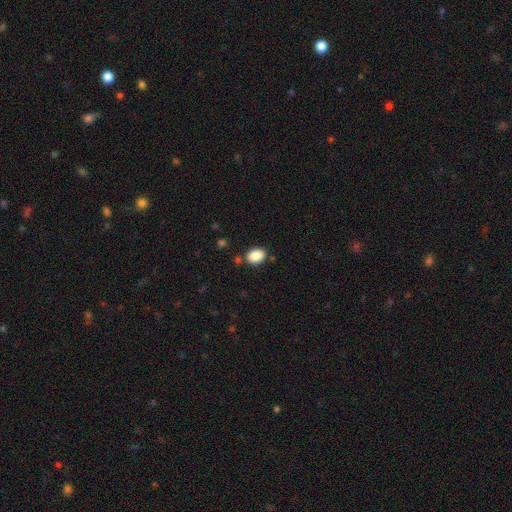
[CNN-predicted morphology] smooth-or-featured: smooth: 88% | star or artifact: 8% | featured or disk: 4%
  how-rounded: in between: 74% | round: 25% | cigar-shaped: 1%
  merging: none: 81% | minor disturbance: 11% | merger: 5% | major disturbance: 3%